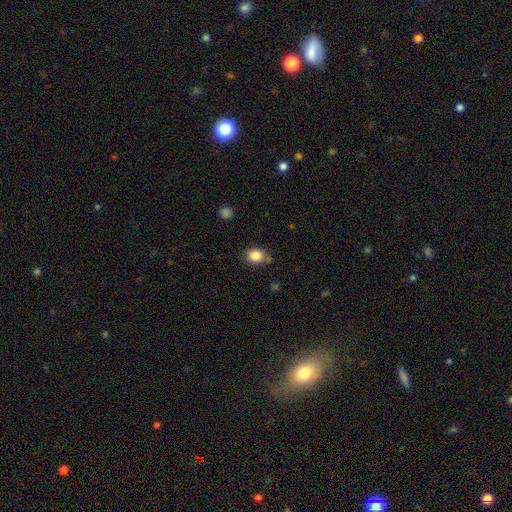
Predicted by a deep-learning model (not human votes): A smooth galaxy with no disk features (85%) that is round (52%).

Vote fractions:
- Smooth or featured? smooth: 85% / star or artifact: 9% / featured or disk: 5%
- How rounded? round: 52% / in between: 47% / cigar-shaped: 1%
- Merging? none: 75% / minor disturbance: 17% / merger: 4% / major disturbance: 4%